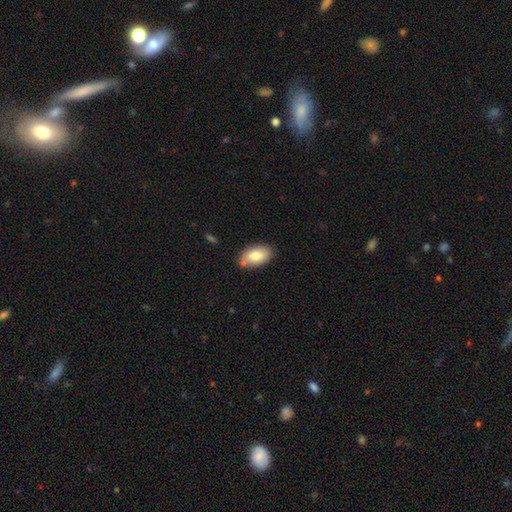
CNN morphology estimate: This is likely a smooth galaxy (79%). How rounded: clearly in between (93%). Merging: likely none (73%).